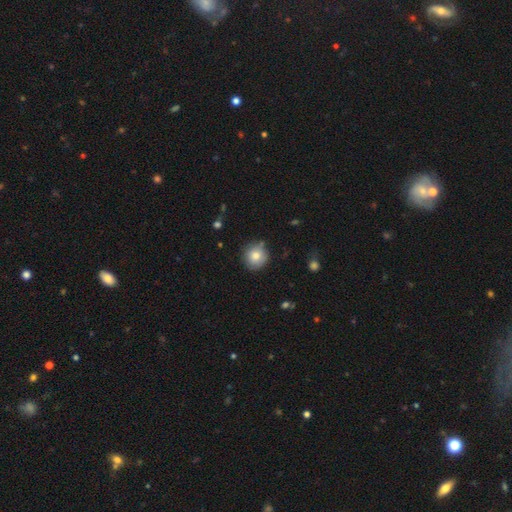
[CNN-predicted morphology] type=smooth (80%); roundness=round (92%); merging=none (80%).